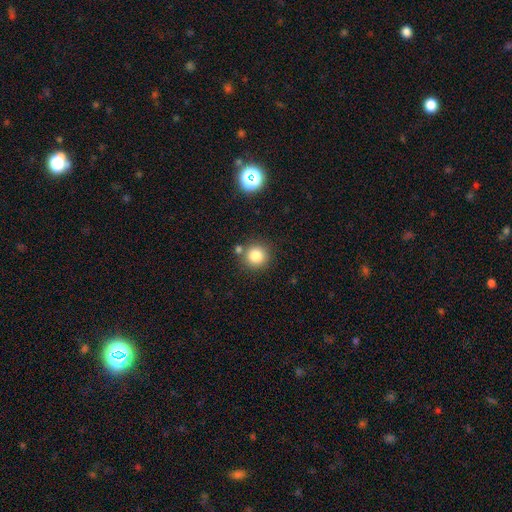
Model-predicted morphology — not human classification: smooth-or-featured: smooth: 82% | star or artifact: 12% | featured or disk: 6%
  how-rounded: round: 92% | in between: 7% | cigar-shaped: 1%
  merging: none: 78% | merger: 10% | minor disturbance: 9% | major disturbance: 3%